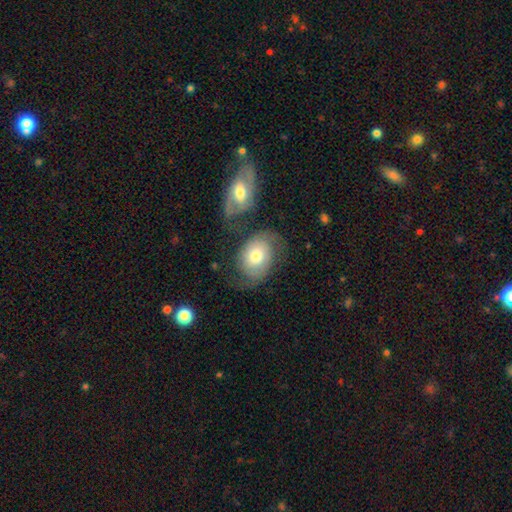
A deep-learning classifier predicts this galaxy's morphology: Smooth or featured? featured or disk (52%)
Edge-on disk? no (96%)
Bar? no (78%)
Spiral arms? yes (82%)
Bulge size? moderate (67%)
Merging? none (45%)